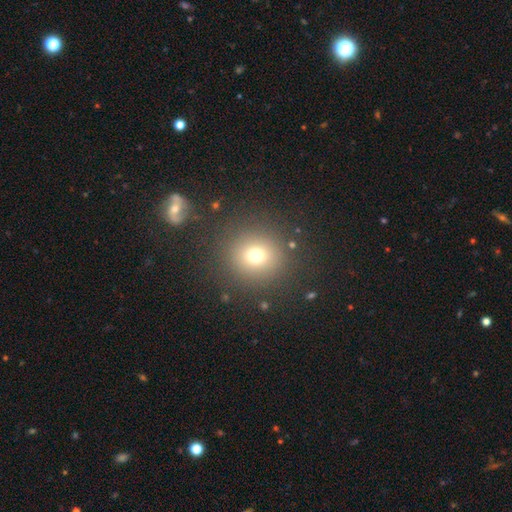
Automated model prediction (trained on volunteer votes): Smooth or featured? smooth (71%)
How rounded? round (93%)
Merging? none (86%)